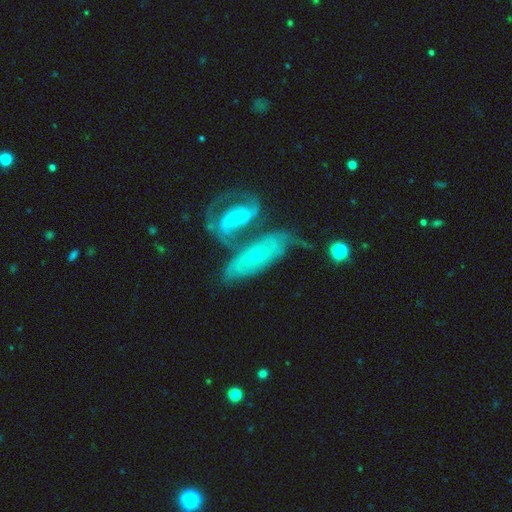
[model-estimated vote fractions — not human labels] smooth_or_featured: featured or disk (p=0.74) [alt: smooth p=0.19]
disk_edge_on: no (p=0.86) [alt: yes p=0.14]
bar: no (p=0.67) [alt: weak p=0.24]
has_spiral_arms: yes (p=0.85) [alt: no p=0.15]
spiral_winding: tight (p=0.54) [alt: medium p=0.34]
spiral_arm_count: can't tell (p=0.41) [alt: 2 p=0.39]
bulge_size: small (p=0.77) [alt: moderate p=0.19]
merging: merger (p=0.47) [alt: none p=0.32]